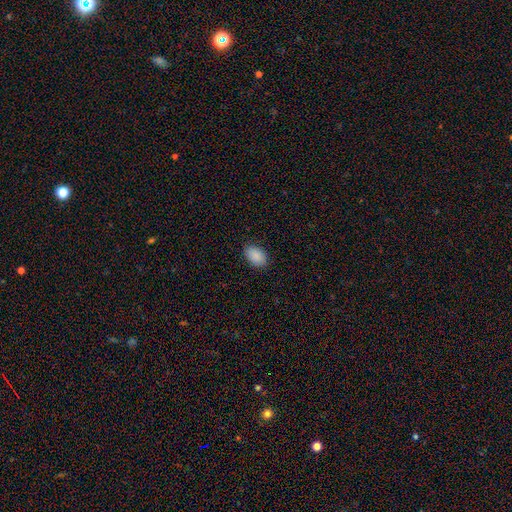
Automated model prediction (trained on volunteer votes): This appears to be a smooth galaxy with no disk features (90%) that is in between round and cigar-shaped (89%). Merging: none (88%).